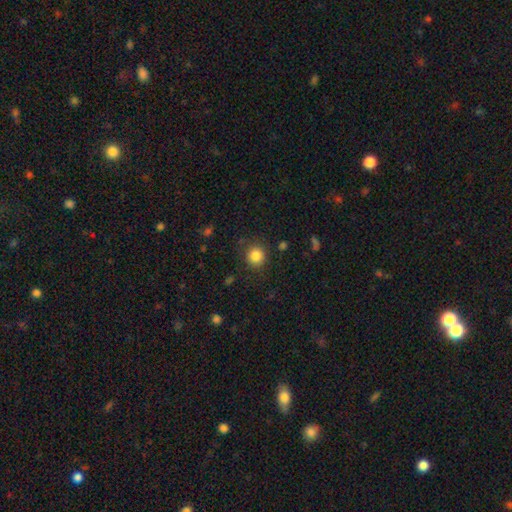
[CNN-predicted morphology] Smooth or featured? Predicted: smooth (p=0.84). How rounded? Predicted: round (p=0.90). Merging? Predicted: none (p=0.86).